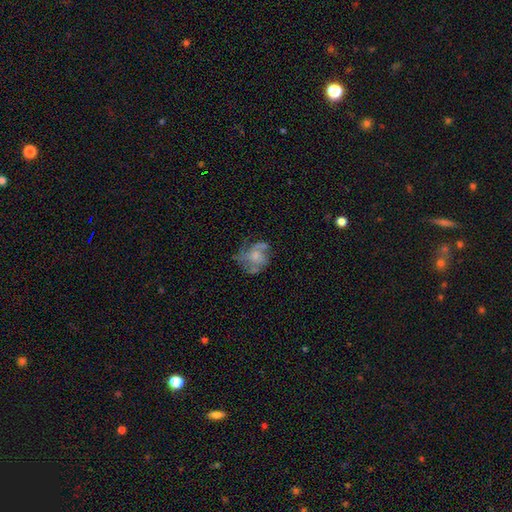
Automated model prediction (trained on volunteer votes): smooth-or-featured: featured or disk: 58% | smooth: 31% | star or artifact: 11%
  disk-edge-on: no: 98% | yes: 2%
    bar: no: 80% | weak: 17% | strong: 3%
    has-spiral-arms: yes: 58% | no: 42%
    bulge-size: moderate: 33% | small: 30% | none: 26% | large: 9% | dominant: 2%
  merging: none: 43% | major disturbance: 30% | minor disturbance: 22% | merger: 4%